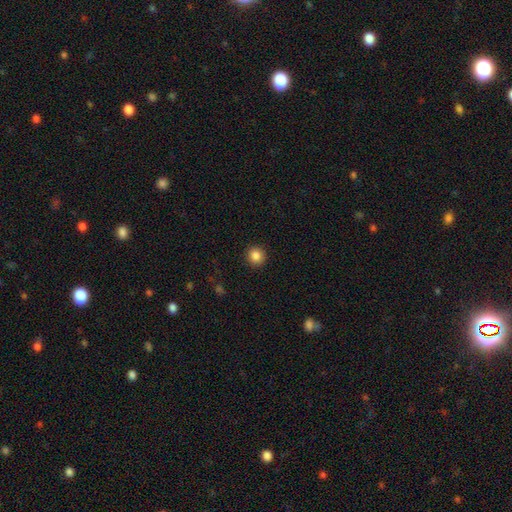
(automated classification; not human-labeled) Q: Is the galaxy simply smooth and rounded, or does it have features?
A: smooth — 86%.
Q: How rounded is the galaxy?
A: round — 92%.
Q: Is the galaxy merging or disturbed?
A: none — 92%.